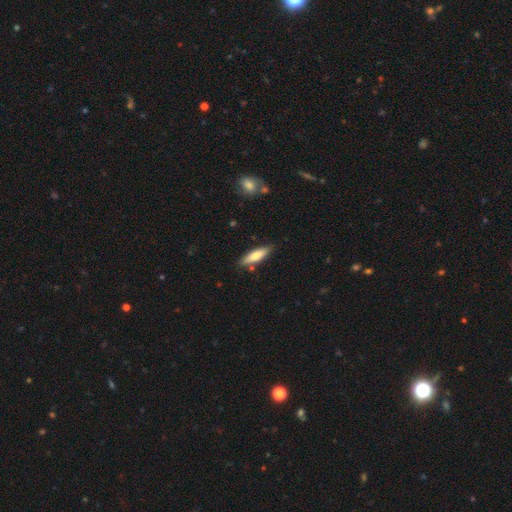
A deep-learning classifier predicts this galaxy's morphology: Overall: smooth (67%; featured or disk 27%). How rounded: cigar-shaped (64%; in between 34%). Merging: none (82%).